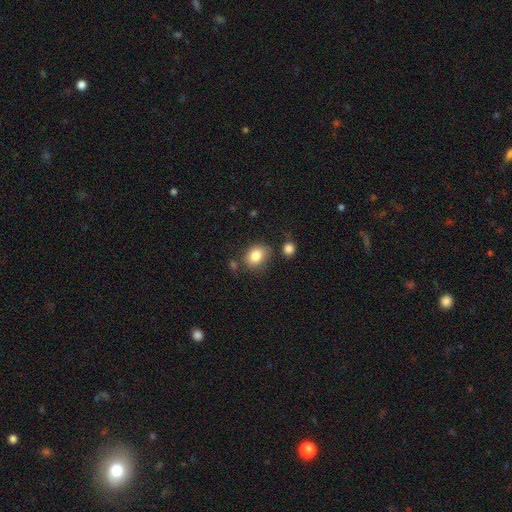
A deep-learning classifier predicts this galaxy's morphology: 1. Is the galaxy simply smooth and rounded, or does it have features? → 83% smooth, 9% star or artifact, 8% featured or disk.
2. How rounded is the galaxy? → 55% in between, 44% round, 1% cigar-shaped.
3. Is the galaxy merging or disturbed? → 71% none, 17% minor disturbance, 8% merger, 5% major disturbance.